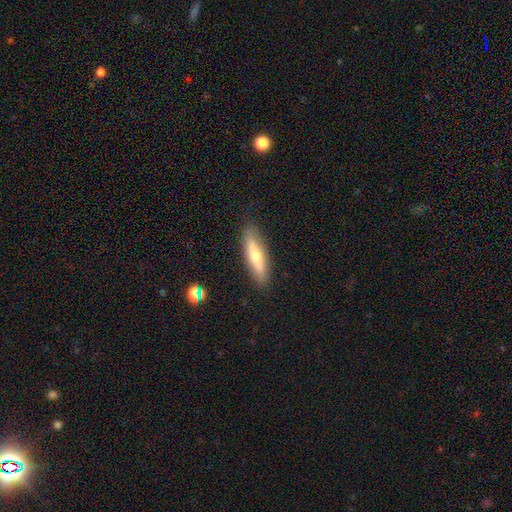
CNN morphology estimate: smooth 50%, featured or disk 44%, star or artifact 7%. Down the decision tree: merging — none (87%).